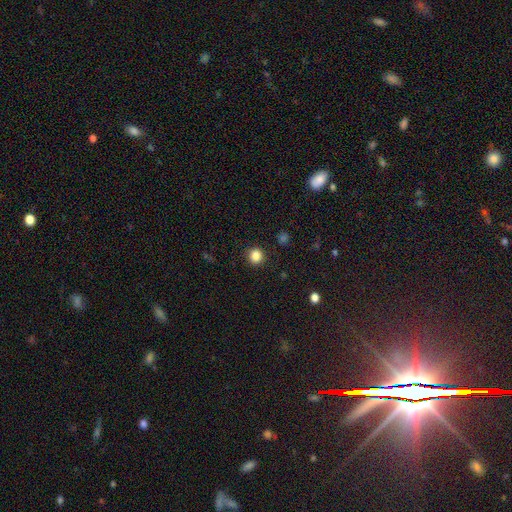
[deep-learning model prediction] Q: Smooth or featured?
A: smooth (85%); runner-up: star or artifact (11%)
Q: How rounded?
A: round (90%); runner-up: in between (9%)
Q: Merging?
A: none (91%); runner-up: minor disturbance (6%)